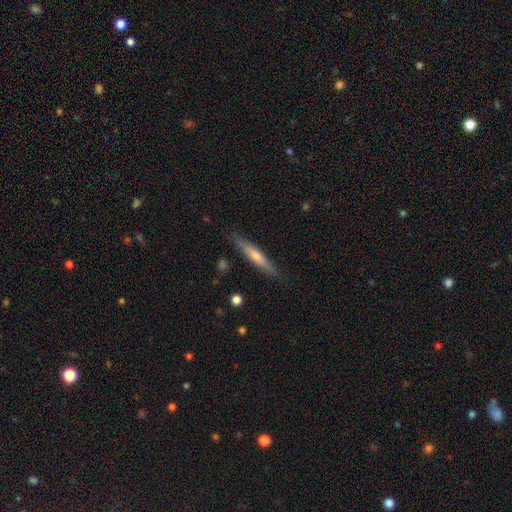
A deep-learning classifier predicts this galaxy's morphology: type=smooth (49%); merging=none (87%).